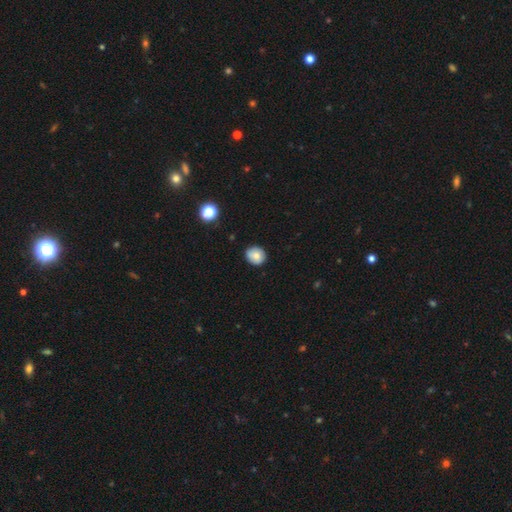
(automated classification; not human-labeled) Q: Smooth or featured?
A: smooth (78%); runner-up: featured or disk (13%)
Q: How rounded?
A: round (78%); runner-up: in between (21%)
Q: Merging?
A: none (85%); runner-up: minor disturbance (12%)